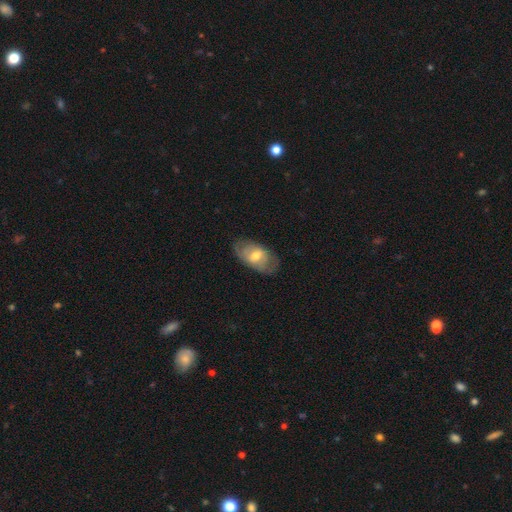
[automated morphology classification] Smooth or featured: smooth — 50% (featured or disk — 44%)
Merging: none — 71% (minor disturbance — 21%)